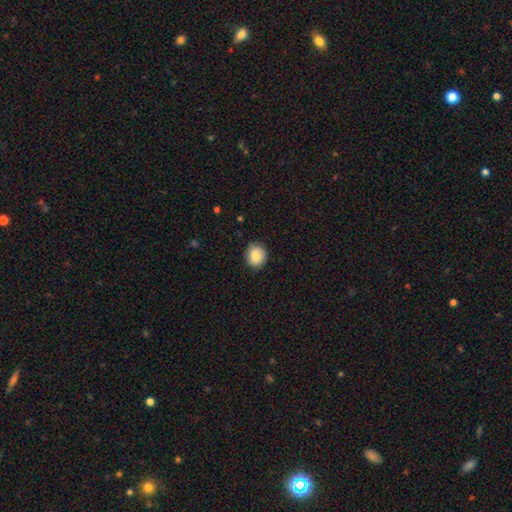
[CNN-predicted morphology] smooth_or_featured: smooth (p=0.82) [alt: featured or disk p=0.10]
how_rounded: round (p=0.78) [alt: in between p=0.21]
merging: none (p=0.84) [alt: minor disturbance p=0.13]